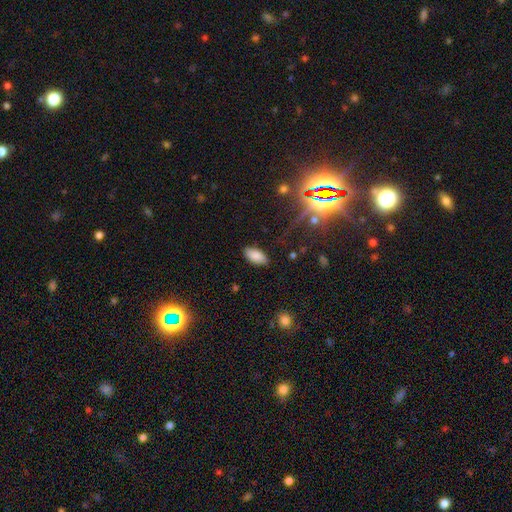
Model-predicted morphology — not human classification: This is clearly a smooth galaxy (84%). How rounded: clearly in between (93%). Merging: clearly none (87%).